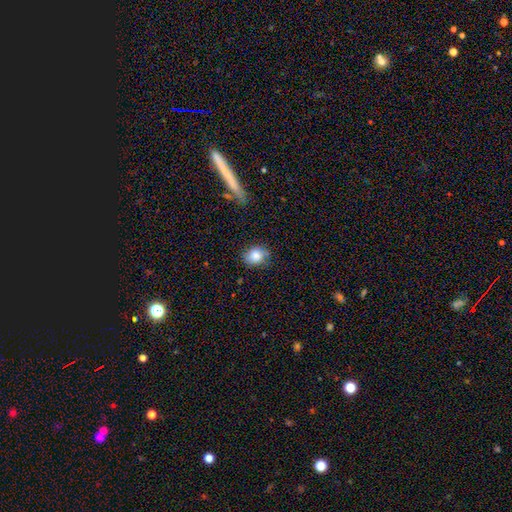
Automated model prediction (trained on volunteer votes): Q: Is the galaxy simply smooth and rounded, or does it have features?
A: smooth — 81%.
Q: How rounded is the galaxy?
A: round — 59%.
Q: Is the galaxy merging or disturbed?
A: none — 72%.